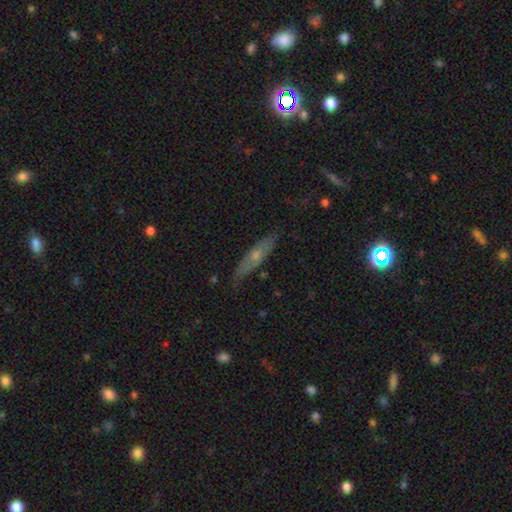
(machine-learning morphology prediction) This appears to be a featured or disk galaxy (51%) viewed edge-on (77%). Merging: none (78%).